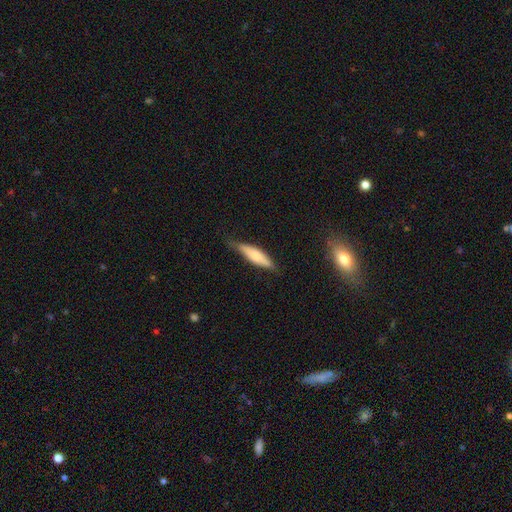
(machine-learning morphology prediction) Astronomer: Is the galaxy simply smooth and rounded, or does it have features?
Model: smooth — 59% (runner-up: featured or disk, 35%).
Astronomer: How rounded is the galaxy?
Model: cigar-shaped — 65%.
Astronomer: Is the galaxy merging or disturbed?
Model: none — 72%.